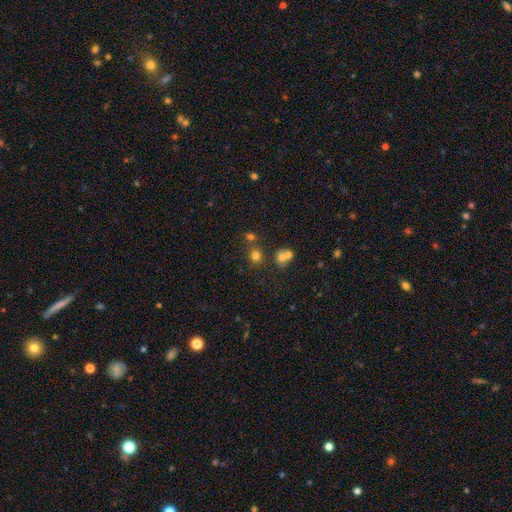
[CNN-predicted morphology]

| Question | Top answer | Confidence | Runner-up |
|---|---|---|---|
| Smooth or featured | smooth | 72% | star or artifact (18%) |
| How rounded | round | 82% | in between (17%) |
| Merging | none | 64% | merger (24%) |